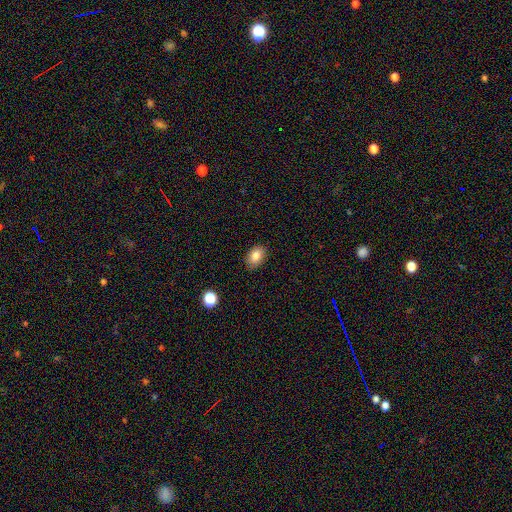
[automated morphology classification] smooth-or-featured: smooth: 83% | star or artifact: 9% | featured or disk: 8%
  how-rounded: in between: 84% | round: 15% | cigar-shaped: 1%
  merging: none: 86% | minor disturbance: 11% | major disturbance: 2% | merger: 1%